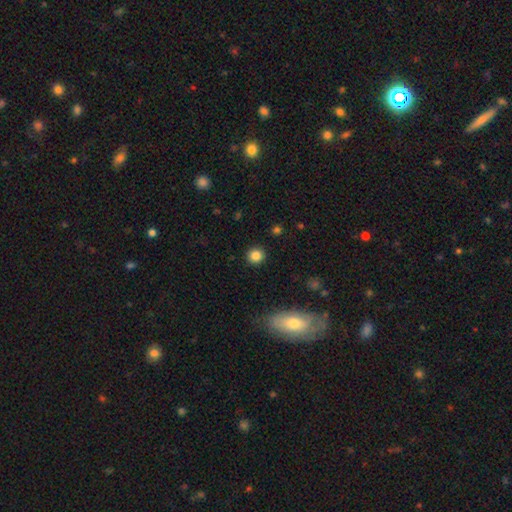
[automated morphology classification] Smooth or featured? smooth (84%)
How rounded? round (92%)
Merging? none (91%)